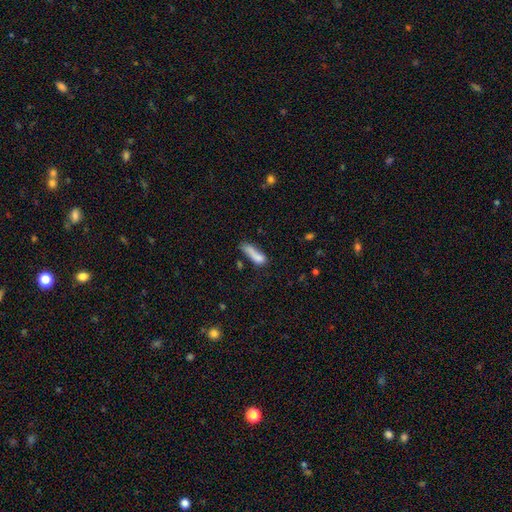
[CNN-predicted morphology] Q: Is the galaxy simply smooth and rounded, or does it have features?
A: smooth — 75%.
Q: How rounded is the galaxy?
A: cigar-shaped — 59%.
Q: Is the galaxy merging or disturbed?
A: none — 36%.